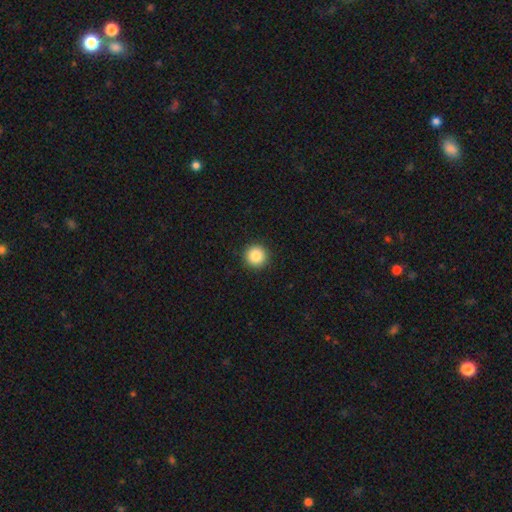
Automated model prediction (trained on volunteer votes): This is clearly a smooth galaxy (86%). How rounded: clearly round (96%). Merging: clearly none (93%).